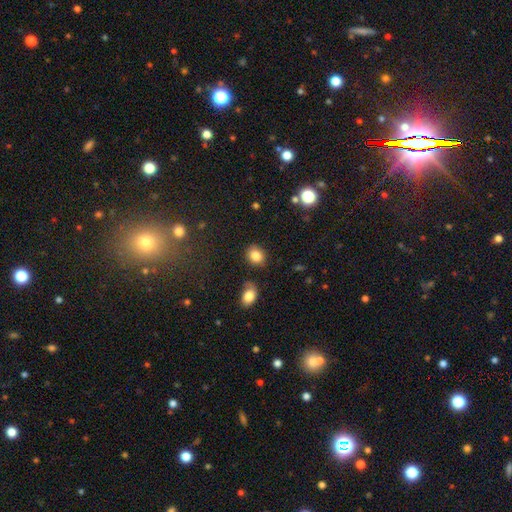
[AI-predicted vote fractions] The model was most divided on "how rounded": round: 60%, in between: 39%, cigar-shaped: 1%. More confident: smooth or featured — smooth (84%); merging — none (83%).